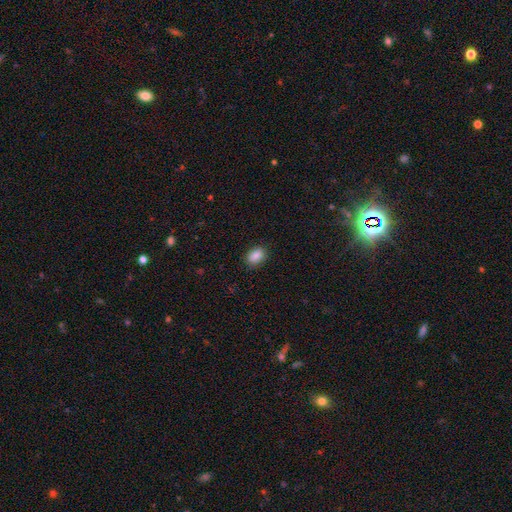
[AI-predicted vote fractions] Q: Smooth or featured?
A: smooth (88%); runner-up: star or artifact (8%)
Q: How rounded?
A: in between (82%); runner-up: round (17%)
Q: Merging?
A: none (87%); runner-up: minor disturbance (10%)